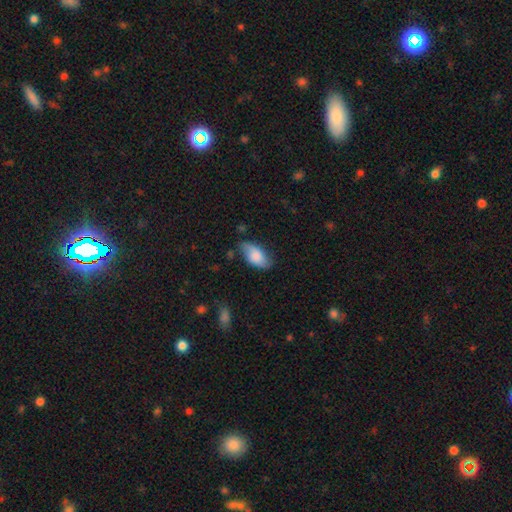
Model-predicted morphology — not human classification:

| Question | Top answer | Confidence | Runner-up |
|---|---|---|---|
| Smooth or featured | smooth | 75% | featured or disk (18%) |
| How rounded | in between | 93% | cigar-shaped (4%) |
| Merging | none | 62% | minor disturbance (29%) |